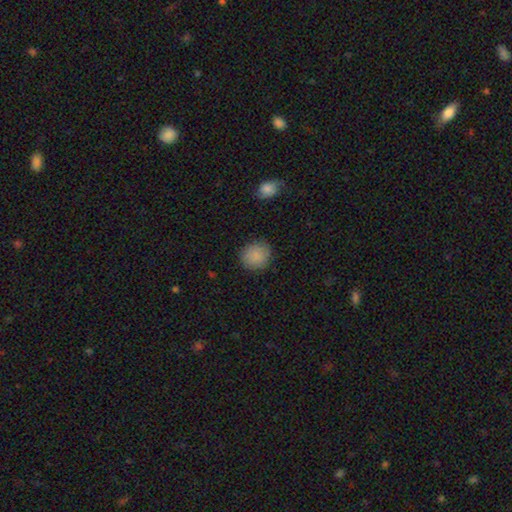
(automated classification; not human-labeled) Q: Smooth or featured?
A: smooth (88%); runner-up: star or artifact (8%)
Q: How rounded?
A: round (85%); runner-up: in between (14%)
Q: Merging?
A: none (87%); runner-up: minor disturbance (9%)